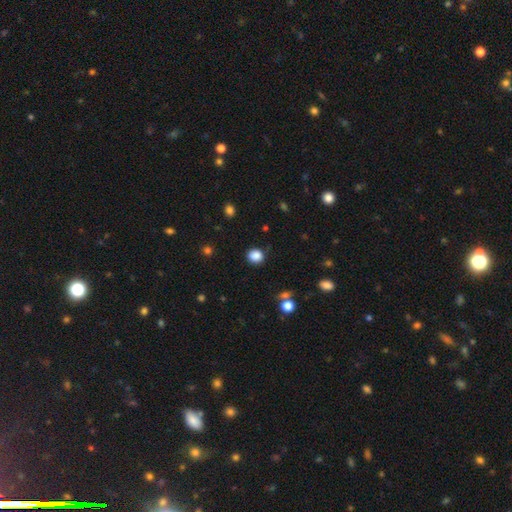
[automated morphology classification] smooth_or_featured: smooth (p=0.86) [alt: star or artifact p=0.11]
how_rounded: round (p=0.74) [alt: in between p=0.25]
merging: none (p=0.85) [alt: minor disturbance p=0.10]